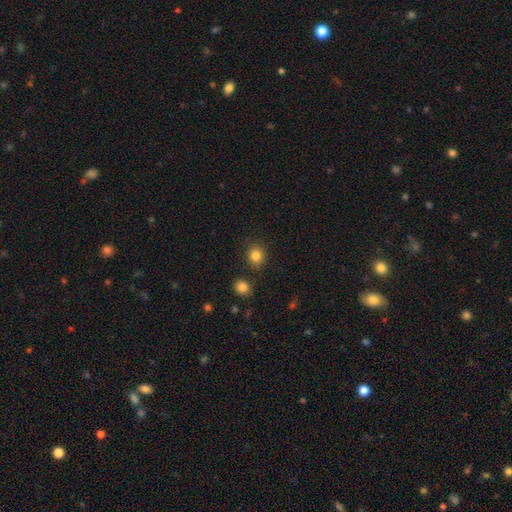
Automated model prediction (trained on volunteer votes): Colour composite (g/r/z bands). It shows a smooth galaxy with no disk features (84%) that is round (84%). Merging: none (87%).